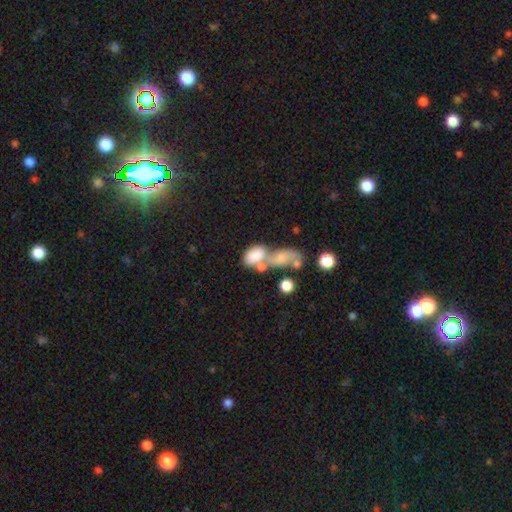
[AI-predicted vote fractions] A smooth galaxy with no disk features (70%) that is in between round and cigar-shaped (87%).

Vote fractions:
- Smooth or featured? smooth: 70% / featured or disk: 21% / star or artifact: 9%
- How rounded? in between: 87% / round: 11% / cigar-shaped: 3%
- Merging? merger: 64% / none: 17% / major disturbance: 10% / minor disturbance: 9%